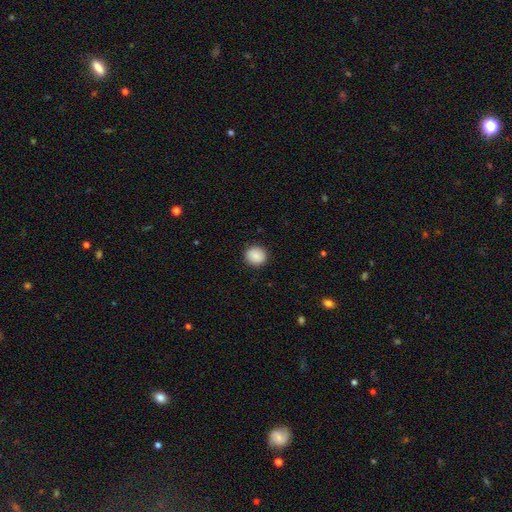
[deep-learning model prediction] Smooth or featured: smooth — 88% (star or artifact — 8%)
How rounded: round — 86% (in between — 13%)
Merging: none — 91% (minor disturbance — 6%)